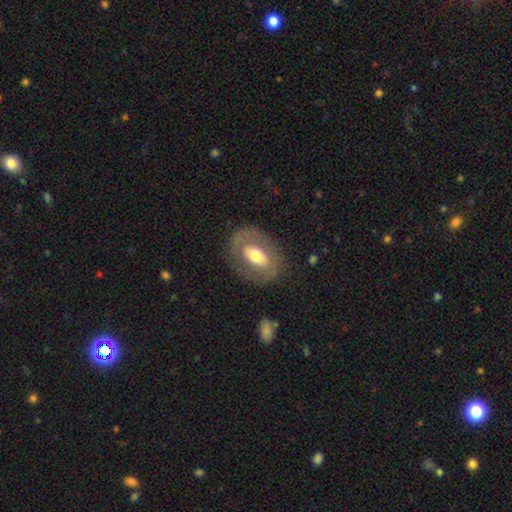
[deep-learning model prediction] This is possibly a featured or disk galaxy (53%). It is clearly not viewed edge-on (92%). Merging: likely none (77%).